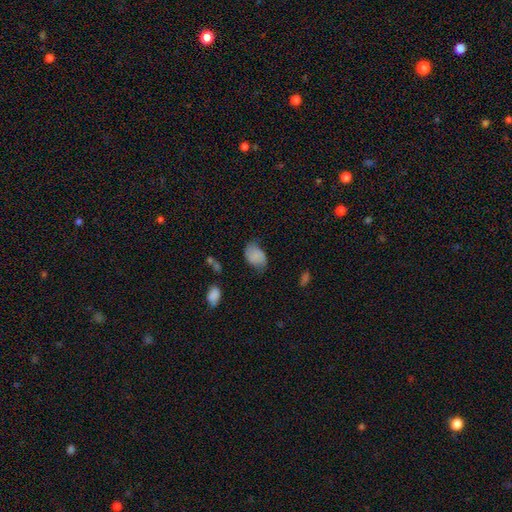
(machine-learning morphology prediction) A smooth galaxy with no disk features (73%) that is in between round and cigar-shaped (82%). Merging: none (54%).